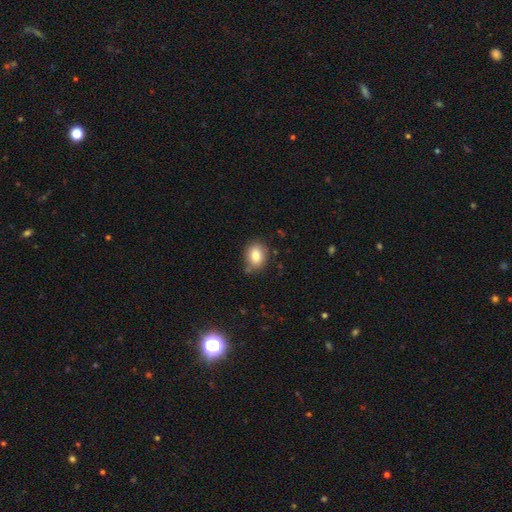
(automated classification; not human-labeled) smooth_or_featured: smooth (p=0.82) [alt: star or artifact p=0.09]
how_rounded: in between (p=0.59) [alt: round p=0.40]
merging: none (p=0.74) [alt: minor disturbance p=0.18]